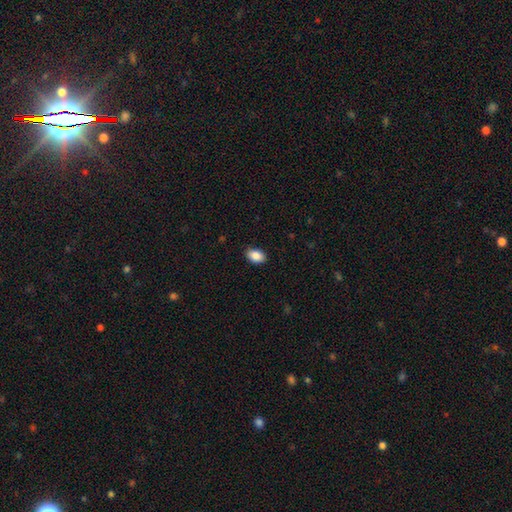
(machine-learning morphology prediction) Smooth or featured: smooth — 88% (star or artifact — 7%)
How rounded: in between — 88% (round — 11%)
Merging: none — 87% (minor disturbance — 10%)